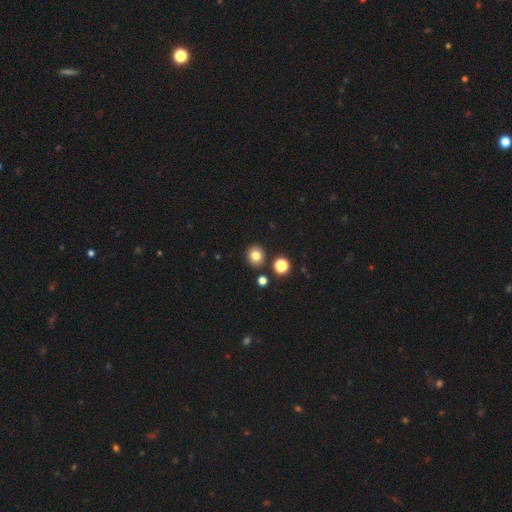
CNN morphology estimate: Q: Smooth or featured?
A: smooth (80%); runner-up: star or artifact (13%)
Q: How rounded?
A: round (77%); runner-up: in between (22%)
Q: Merging?
A: none (86%); runner-up: minor disturbance (7%)